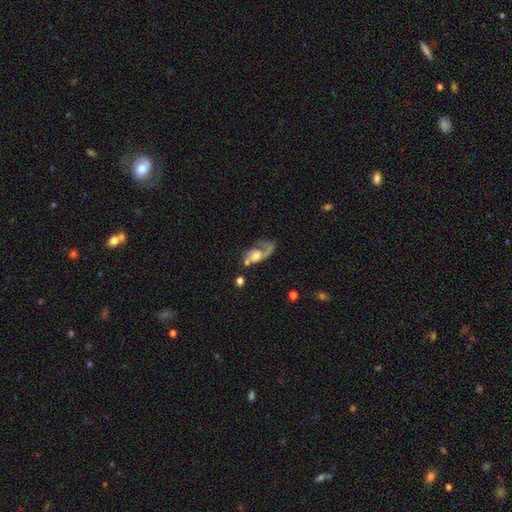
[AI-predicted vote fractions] The model was most divided on "merging" (2-way tie): none: 33%, major disturbance: 33%, minor disturbance: 17%, merger: 17%. Remaining: edge-on disk — no (94%); spiral arms — yes (87%); smooth or featured — featured or disk (71%); bar — no (70%); spiral arm count — 1 (52%); spiral winding — loose (52%); bulge size — moderate (43%).